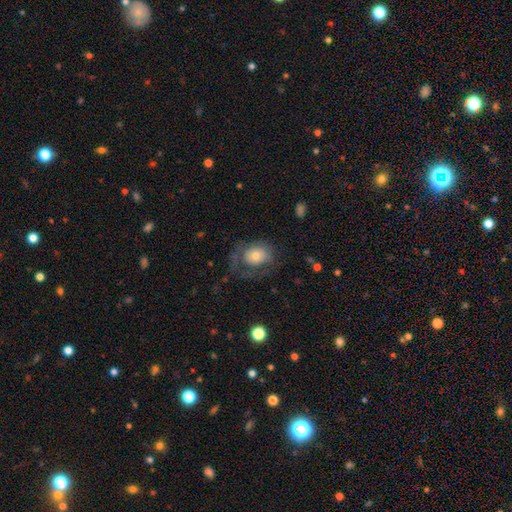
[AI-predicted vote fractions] This is possibly a smooth galaxy (51%). How rounded: possibly in between (51%). Merging: marginally none (45%).